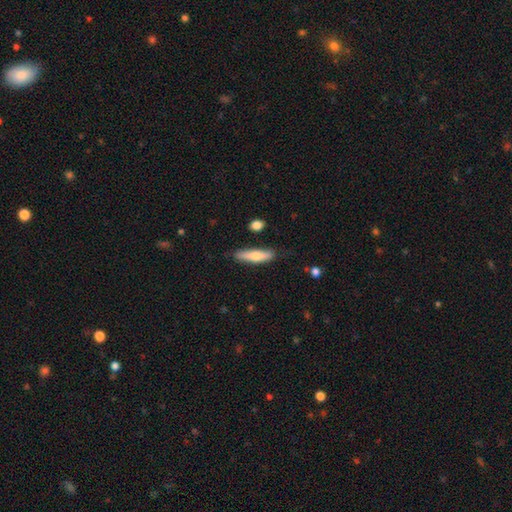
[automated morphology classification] Smooth or featured?
  - smooth: 65% *
  - featured or disk: 29%
  - star or artifact: 6%
How rounded?
  - cigar-shaped: 76% *
  - in between: 22%
  - round: 2%
Merging?
  - none: 82% *
  - minor disturbance: 13%
  - major disturbance: 2%
  - merger: 2%